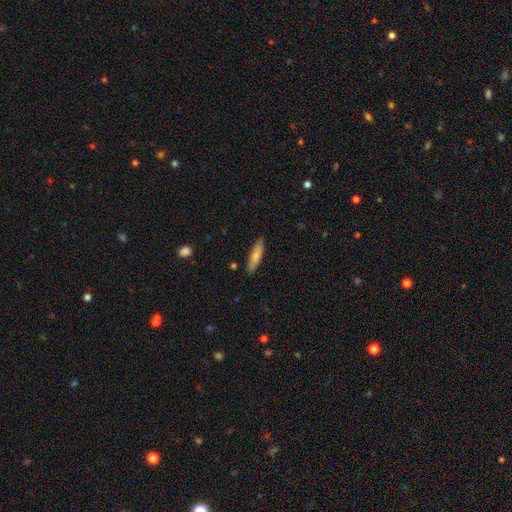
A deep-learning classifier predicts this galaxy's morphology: type=smooth (74%); roundness=cigar-shaped (75%); merging=none (87%).